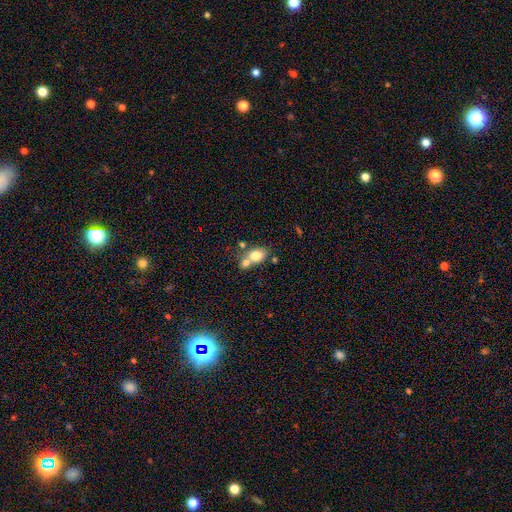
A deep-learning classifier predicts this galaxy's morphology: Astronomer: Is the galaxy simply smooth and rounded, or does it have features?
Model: smooth — 77%.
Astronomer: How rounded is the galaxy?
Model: in between — 59% (runner-up: round, 39%).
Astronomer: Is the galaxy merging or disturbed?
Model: merger — 50% (runner-up: none, 37%).